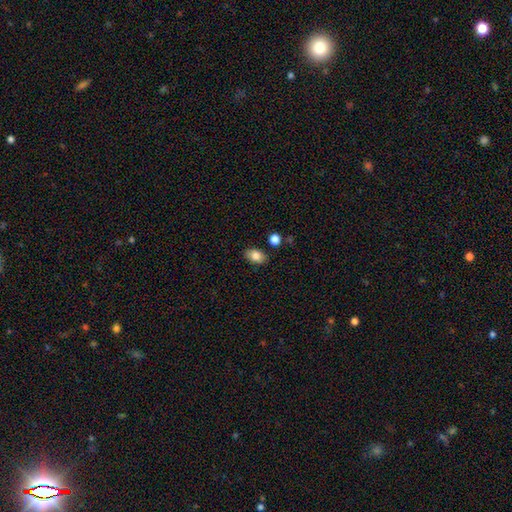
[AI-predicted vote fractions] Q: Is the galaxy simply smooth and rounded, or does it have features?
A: smooth — 84%.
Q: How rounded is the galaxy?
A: in between — 86%.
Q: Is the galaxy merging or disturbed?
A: none — 85%.